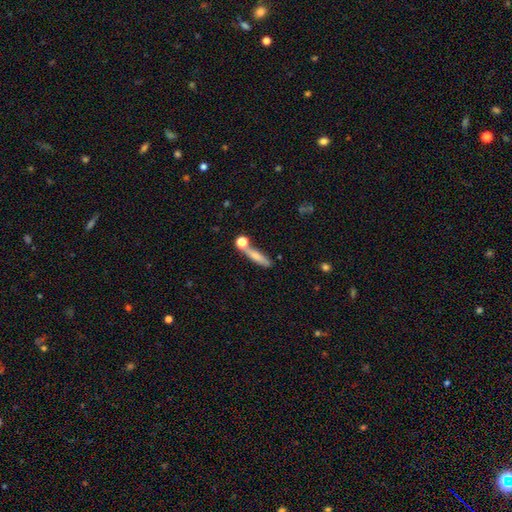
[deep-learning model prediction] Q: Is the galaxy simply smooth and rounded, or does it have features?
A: smooth — 65%.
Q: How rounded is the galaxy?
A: cigar-shaped — 78%.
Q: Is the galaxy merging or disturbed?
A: none — 61%.